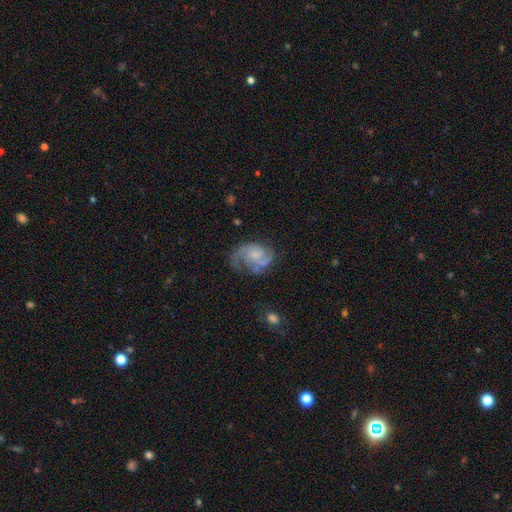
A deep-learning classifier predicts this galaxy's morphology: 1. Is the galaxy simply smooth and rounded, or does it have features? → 80% featured or disk, 13% smooth, 7% star or artifact.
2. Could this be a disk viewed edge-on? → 98% no, 2% yes.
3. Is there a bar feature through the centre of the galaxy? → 64% no, 31% weak, 5% strong.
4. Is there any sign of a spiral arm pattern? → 94% yes, 6% no.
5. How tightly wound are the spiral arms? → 49% medium, 26% tight, 25% loose.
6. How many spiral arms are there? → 63% 2, 12% 3, 12% can't tell, 9% 1, 3% 4, 2% more than 4.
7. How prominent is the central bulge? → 53% small, 26% moderate, 17% none, 3% large, 1% dominant.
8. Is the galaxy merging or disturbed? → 52% none, 23% minor disturbance, 20% major disturbance, 4% merger.